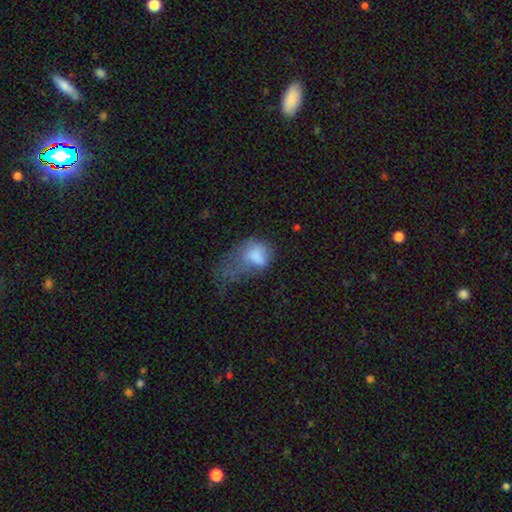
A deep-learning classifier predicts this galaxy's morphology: Smooth or featured: smooth — 66% (featured or disk — 22%)
How rounded: in between — 70% (round — 28%)
Merging: major disturbance — 65% (minor disturbance — 17%)